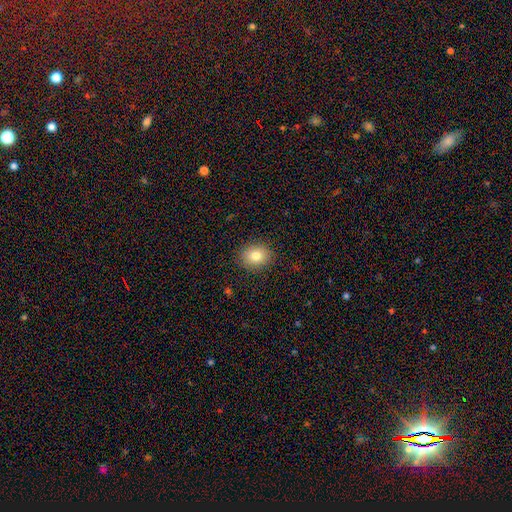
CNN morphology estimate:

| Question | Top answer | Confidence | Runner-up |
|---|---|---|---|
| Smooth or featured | smooth | 80% | star or artifact (10%) |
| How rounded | round | 53% | in between (46%) |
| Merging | none | 89% | minor disturbance (8%) |